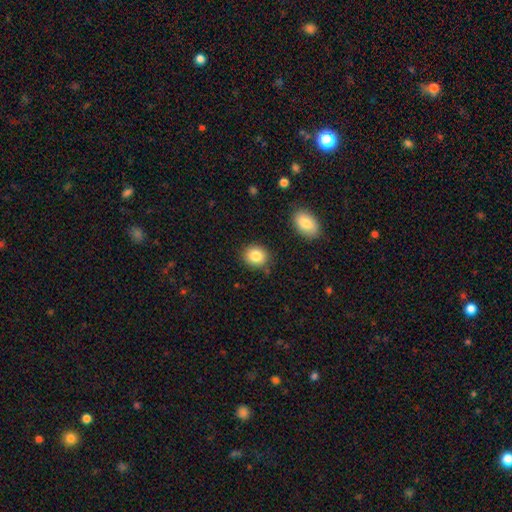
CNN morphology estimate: Smooth or featured?
  - smooth: 84% *
  - star or artifact: 9%
  - featured or disk: 7%
How rounded?
  - round: 70% *
  - in between: 29%
  - cigar-shaped: 1%
Merging?
  - none: 84% *
  - minor disturbance: 10%
  - merger: 3%
  - major disturbance: 3%